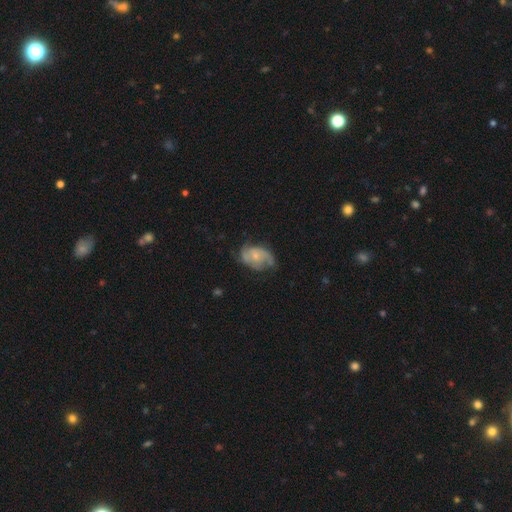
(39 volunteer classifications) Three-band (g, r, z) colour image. It shows a featured or disk galaxy (46%) with a weak bar (71%), 2 (76%) medium (53%) spiral arms (100%) and a small central bulge (59%). Merging: none (74%).